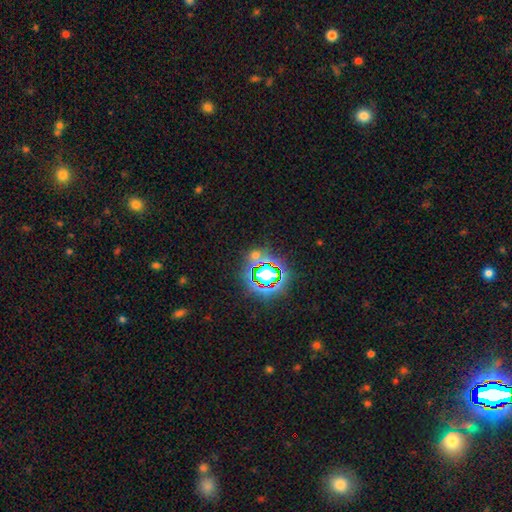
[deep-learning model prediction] This is possibly a star or artifact rather than a galaxy (59%).